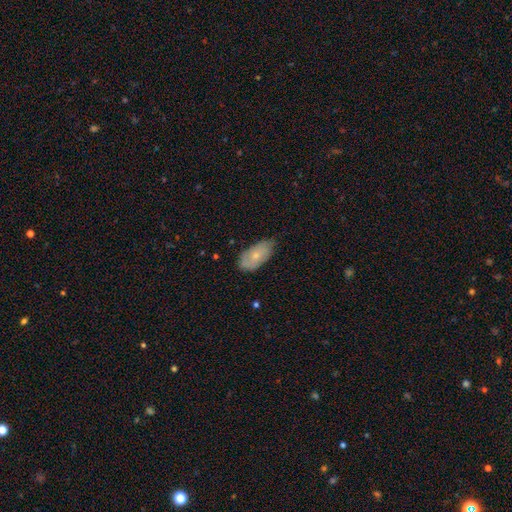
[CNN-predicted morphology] A smooth galaxy with no disk features (58%) that is in between round and cigar-shaped (91%). Merging: none (62%).